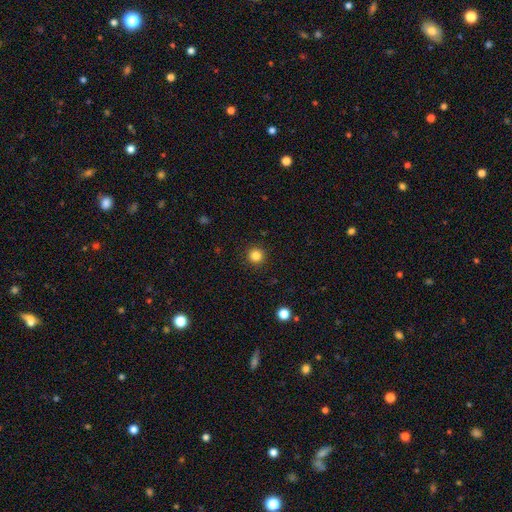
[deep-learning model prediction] Morphology: type=smooth (84%); roundness=round (96%); merging=none (92%).